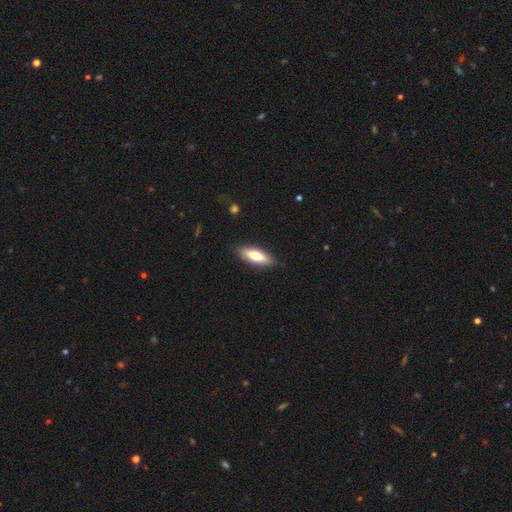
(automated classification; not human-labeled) smooth_or_featured: smooth (p=0.72) [alt: featured or disk p=0.22]
how_rounded: in between (p=0.61) [alt: cigar-shaped p=0.38]
merging: none (p=0.86) [alt: minor disturbance p=0.11]